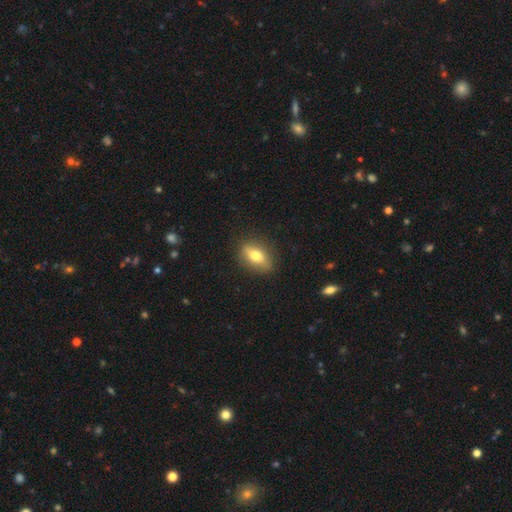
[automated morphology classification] Smooth or featured? smooth (64%)
How rounded? in between (74%)
Merging? none (84%)